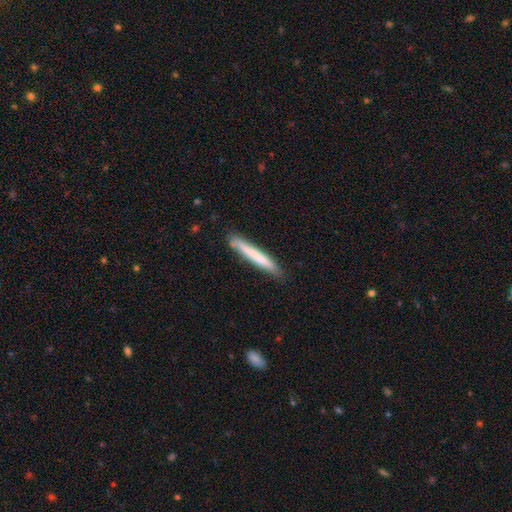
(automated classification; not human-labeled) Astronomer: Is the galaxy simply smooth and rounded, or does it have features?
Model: smooth — 69%.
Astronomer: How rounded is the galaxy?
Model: cigar-shaped — 96%.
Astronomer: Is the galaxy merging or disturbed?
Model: none — 83%.